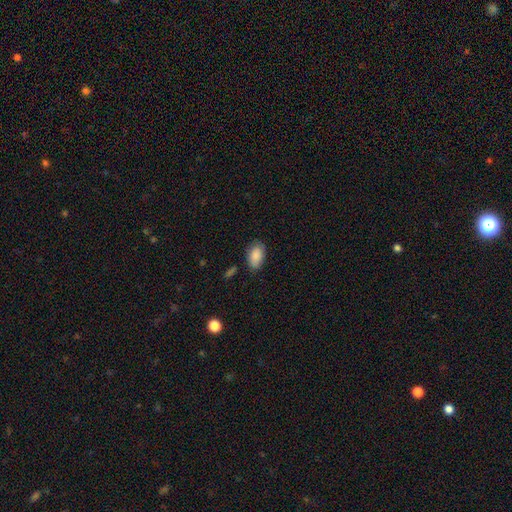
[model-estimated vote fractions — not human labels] Smooth or featured? smooth (86%)
How rounded? in between (93%)
Merging? none (78%)